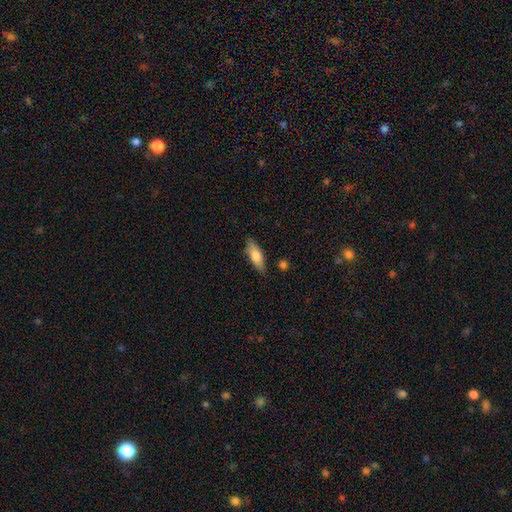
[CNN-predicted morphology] Q: Smooth or featured?
A: smooth (72%); runner-up: featured or disk (21%)
Q: How rounded?
A: in between (63%); runner-up: cigar-shaped (34%)
Q: Merging?
A: none (82%); runner-up: minor disturbance (13%)